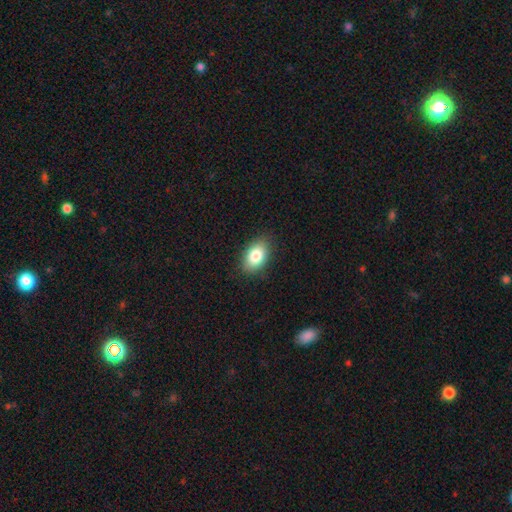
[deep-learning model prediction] Smooth or featured: smooth — 83% (featured or disk — 10%)
How rounded: in between — 89% (round — 9%)
Merging: none — 86% (minor disturbance — 10%)